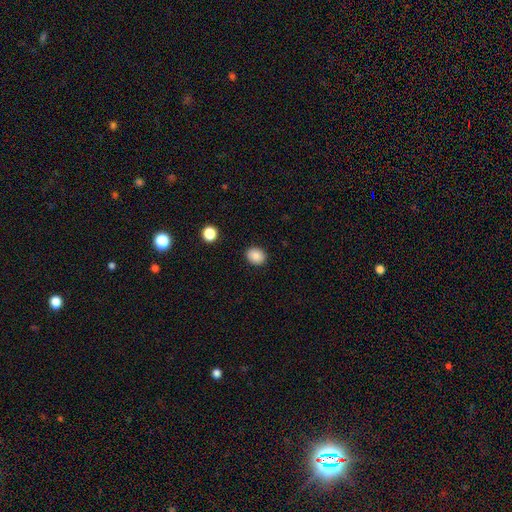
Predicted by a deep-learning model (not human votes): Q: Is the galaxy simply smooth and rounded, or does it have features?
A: smooth — 86%.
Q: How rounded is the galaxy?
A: round — 59%.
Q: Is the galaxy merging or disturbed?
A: none — 89%.